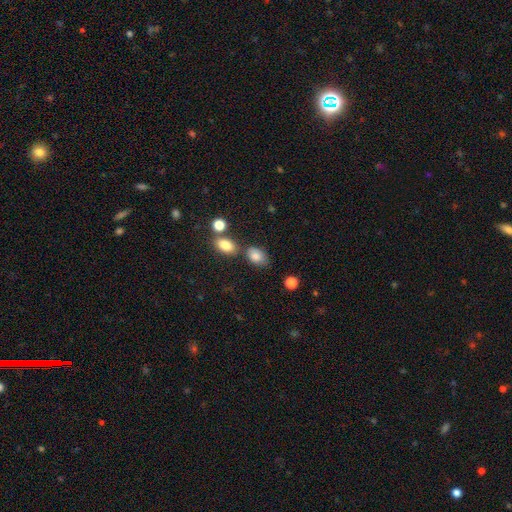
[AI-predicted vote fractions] Smooth or featured? smooth (83%)
How rounded? in between (81%)
Merging? none (61%)